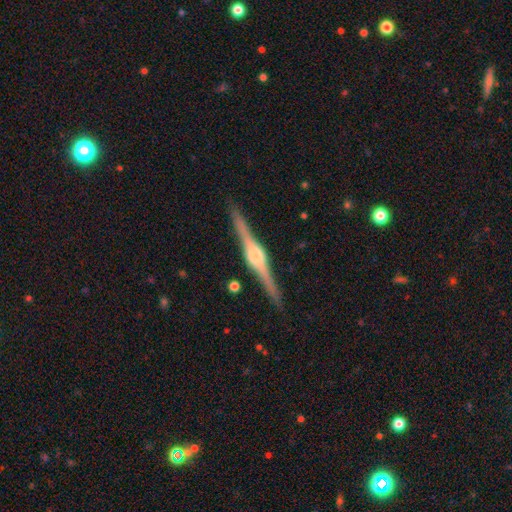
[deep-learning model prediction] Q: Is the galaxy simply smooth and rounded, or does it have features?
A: featured or disk — 87%.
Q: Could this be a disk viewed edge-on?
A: yes — 98%.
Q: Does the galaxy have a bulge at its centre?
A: rounded — 82%.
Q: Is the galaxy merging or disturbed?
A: none — 89%.